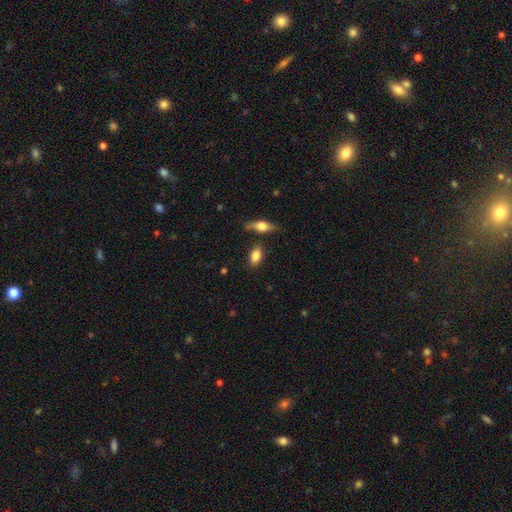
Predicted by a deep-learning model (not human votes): This appears to be a smooth galaxy with no disk features (80%) that is in between round and cigar-shaped (86%). Merging: none (78%).